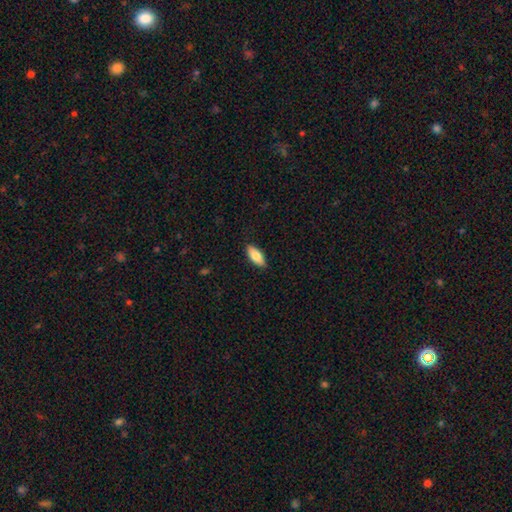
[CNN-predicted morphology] smooth_or_featured: smooth (p=0.79) [alt: featured or disk p=0.15]
how_rounded: in between (p=0.79) [alt: cigar-shaped p=0.19]
merging: none (p=0.88) [alt: minor disturbance p=0.10]